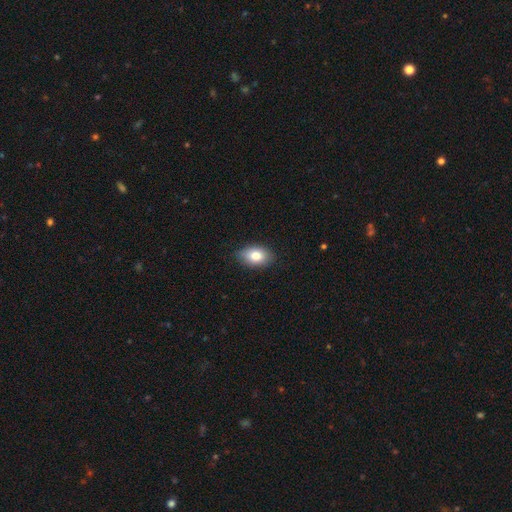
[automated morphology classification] smooth 80%, featured or disk 12%, star or artifact 8%. Down the decision tree: how rounded — in between (84%); merging — none (84%).